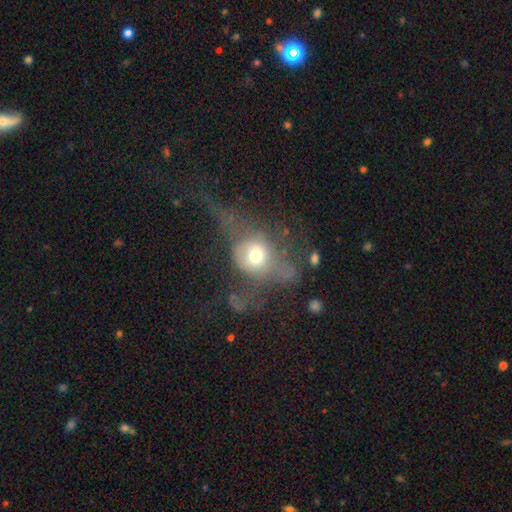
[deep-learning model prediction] The model was most divided on "smooth or featured": smooth: 53%, featured or disk: 34%, star or artifact: 13%. More confident: how rounded — round (64%); merging — major disturbance (61%).